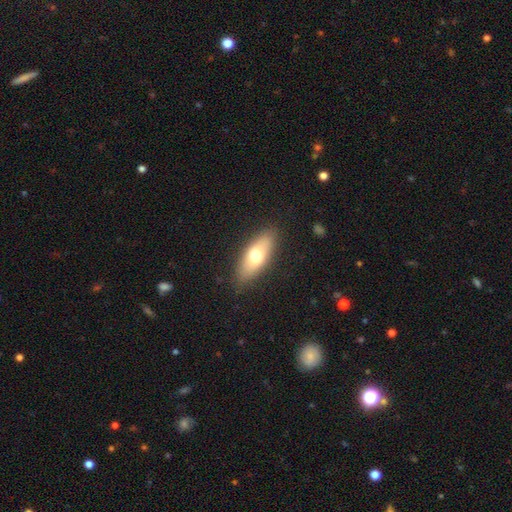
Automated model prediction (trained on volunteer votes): Smooth or featured? Predicted: smooth (p=0.67). How rounded? Predicted: in between (p=0.72). Merging? Predicted: none (p=0.85).